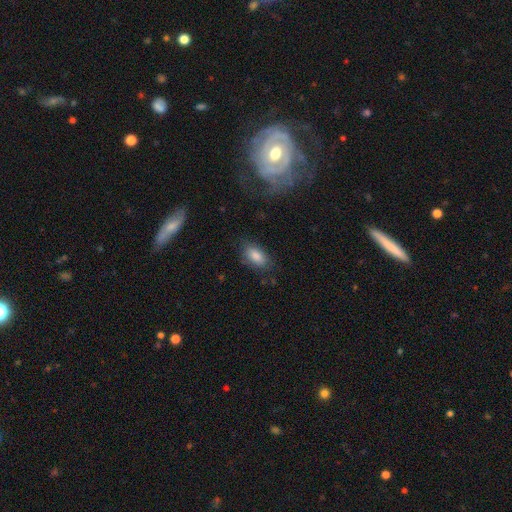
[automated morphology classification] Smooth or featured?
  - smooth: 84% *
  - featured or disk: 9%
  - star or artifact: 8%
How rounded?
  - in between: 91% *
  - round: 5%
  - cigar-shaped: 5%
Merging?
  - none: 78% *
  - minor disturbance: 16%
  - major disturbance: 5%
  - merger: 2%